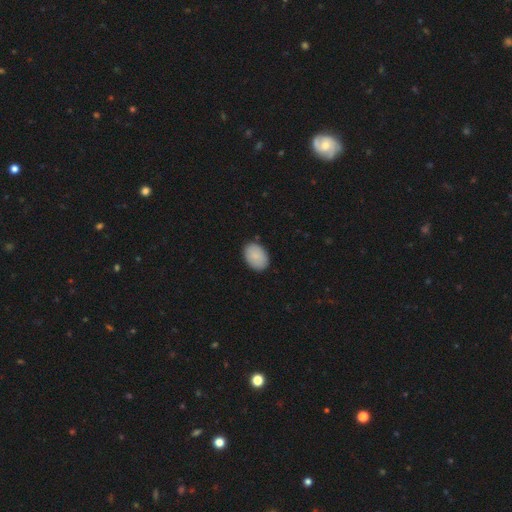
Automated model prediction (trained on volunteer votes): This is clearly a smooth galaxy (88%). How rounded: clearly in between (84%). Merging: clearly none (87%).